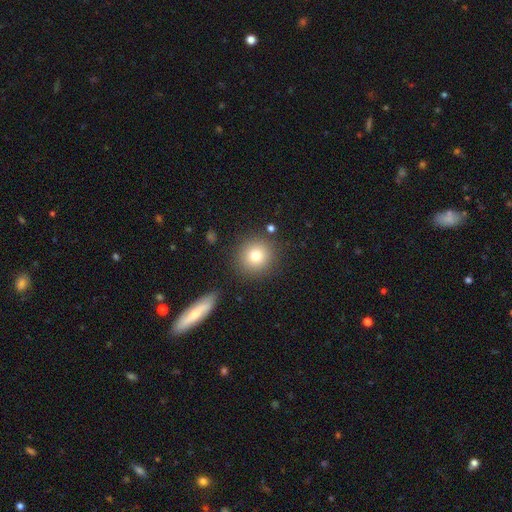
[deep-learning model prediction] smooth-or-featured: smooth: 78% | star or artifact: 11% | featured or disk: 10%
  how-rounded: round: 91% | in between: 8% | cigar-shaped: 1%
  merging: none: 85% | minor disturbance: 8% | merger: 4% | major disturbance: 3%